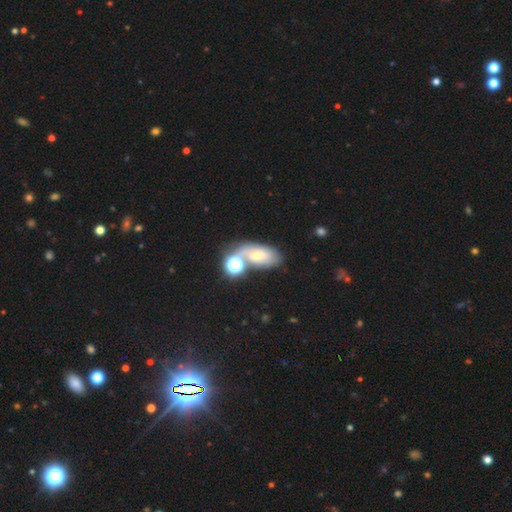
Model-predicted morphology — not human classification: type=smooth (48%); merging=none (51%).